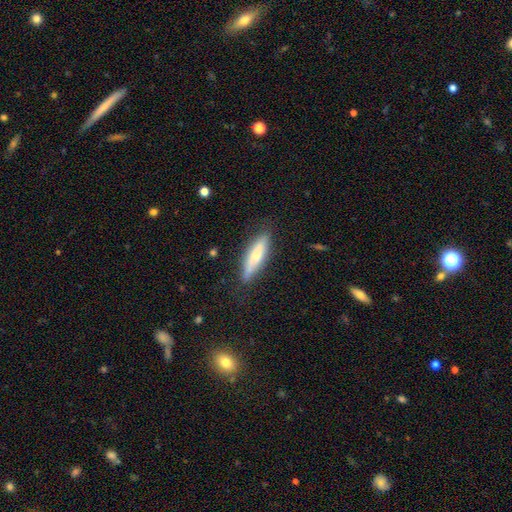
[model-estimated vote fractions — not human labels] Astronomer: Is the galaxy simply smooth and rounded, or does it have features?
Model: smooth — 57% (runner-up: featured or disk, 36%).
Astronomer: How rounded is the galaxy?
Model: cigar-shaped — 71%.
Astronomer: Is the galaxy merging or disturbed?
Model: none — 83%.